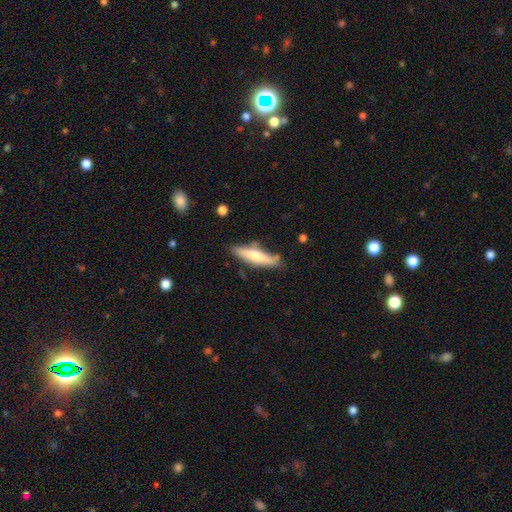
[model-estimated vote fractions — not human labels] A smooth galaxy with no disk features (55%) that is cigar-shaped (77%). Merging: none (76%).